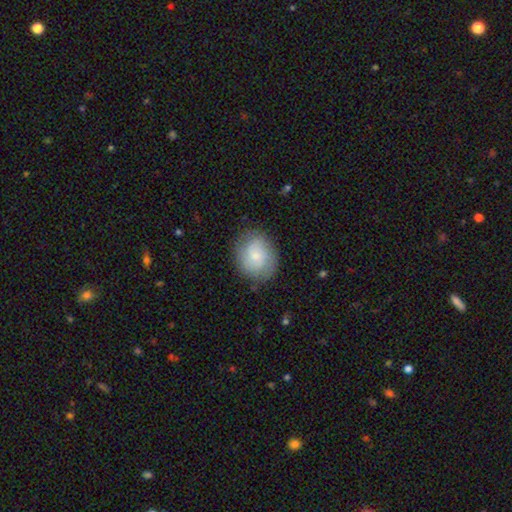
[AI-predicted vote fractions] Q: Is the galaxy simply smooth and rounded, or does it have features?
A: smooth — 62%.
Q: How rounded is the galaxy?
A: round — 64%.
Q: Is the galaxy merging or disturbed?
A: none — 79%.